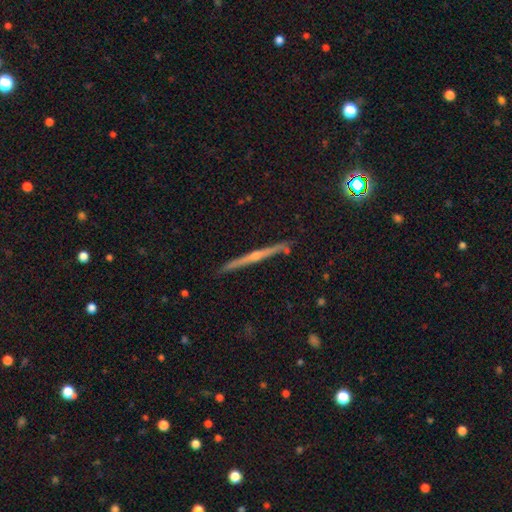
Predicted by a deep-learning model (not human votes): This is likely a featured or disk galaxy (73%). It is clearly viewed edge-on (97%). Edge-on bulge: likely rounded (71%). Merging: clearly none (88%).